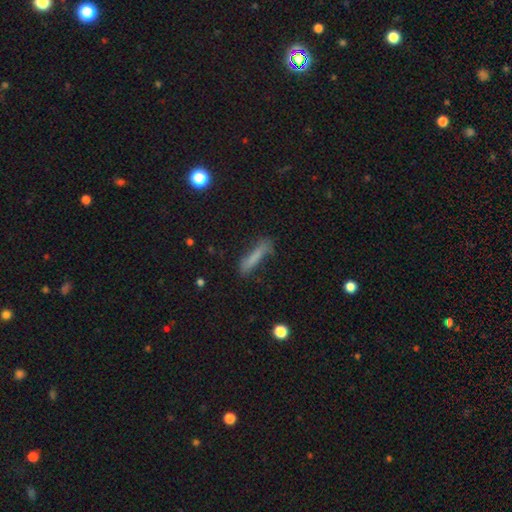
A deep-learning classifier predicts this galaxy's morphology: This is likely a smooth galaxy (73%). How rounded: clearly cigar-shaped (88%). Merging: likely none (69%).